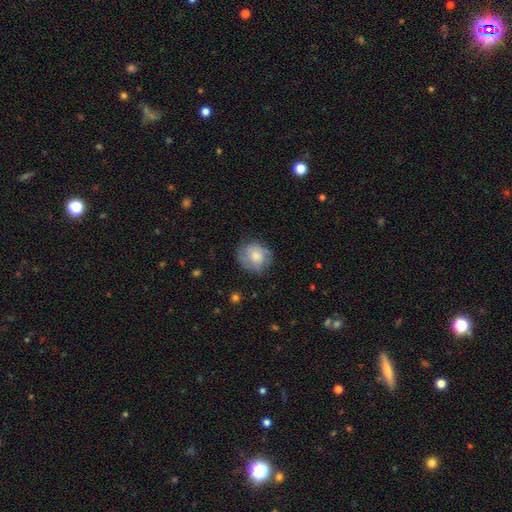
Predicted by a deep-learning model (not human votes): The model was most divided on "smooth or featured": smooth: 67%, featured or disk: 25%, star or artifact: 7%. More confident: how rounded — round (83%); merging — none (72%).